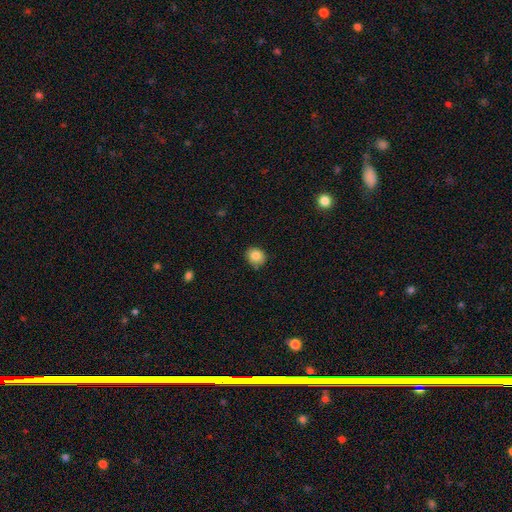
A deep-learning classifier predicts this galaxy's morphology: The model was most divided on "how rounded": round: 78%, in between: 21%, cigar-shaped: 1%. More confident: smooth or featured — smooth (85%); merging — none (82%).